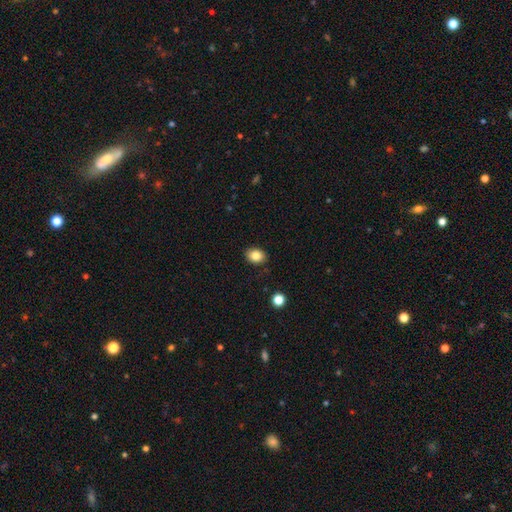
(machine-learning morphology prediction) Smooth or featured?
  - smooth: 84% *
  - star or artifact: 9%
  - featured or disk: 7%
How rounded?
  - in between: 60% *
  - round: 39%
  - cigar-shaped: 1%
Merging?
  - none: 88% *
  - minor disturbance: 9%
  - major disturbance: 2%
  - merger: 1%